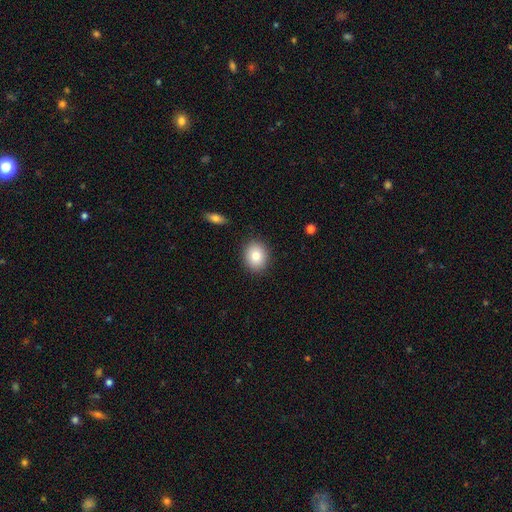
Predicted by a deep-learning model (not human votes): smooth 80%, featured or disk 11%, star or artifact 9%. Down the decision tree: how rounded — round (64%); merging — none (88%).